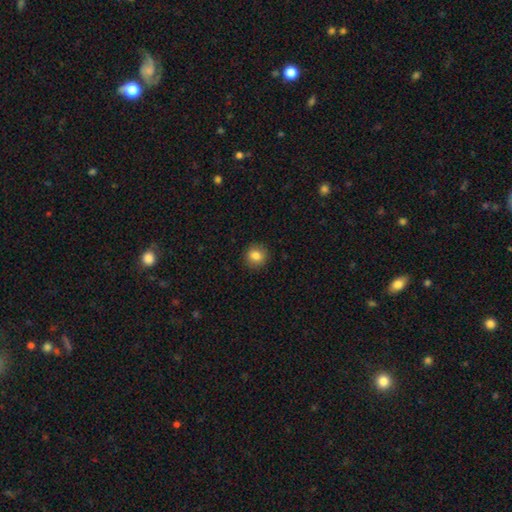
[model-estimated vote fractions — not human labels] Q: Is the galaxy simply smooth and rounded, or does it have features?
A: smooth — 84%.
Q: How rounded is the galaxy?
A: round — 87%.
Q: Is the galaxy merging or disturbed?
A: none — 90%.